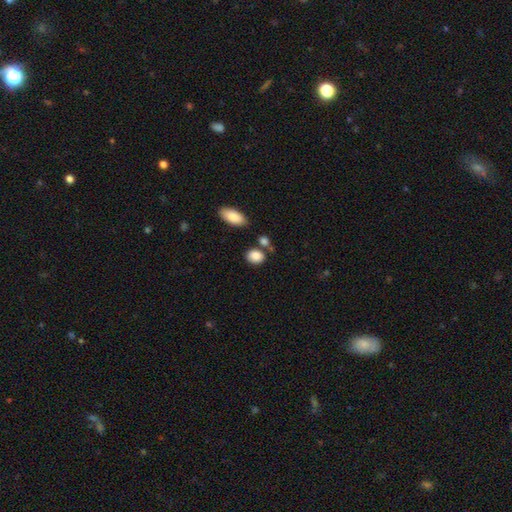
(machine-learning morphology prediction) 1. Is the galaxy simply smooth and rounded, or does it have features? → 87% smooth, 8% star or artifact, 6% featured or disk.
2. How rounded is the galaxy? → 58% in between, 40% round, 2% cigar-shaped.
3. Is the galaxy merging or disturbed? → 68% none, 14% minor disturbance, 13% merger, 4% major disturbance.